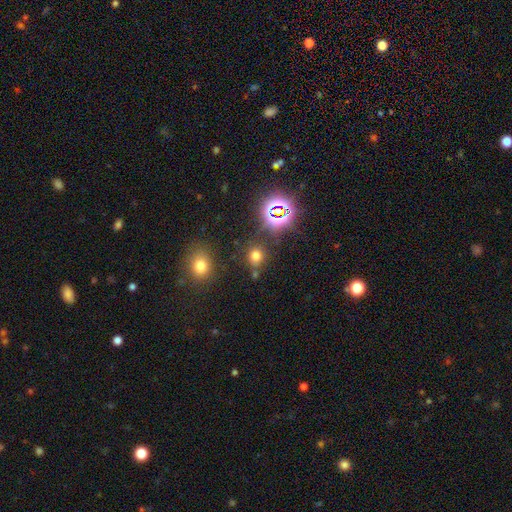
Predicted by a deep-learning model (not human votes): This appears to be a smooth galaxy with no disk features (65%) that is round (79%). Merging: none (78%).